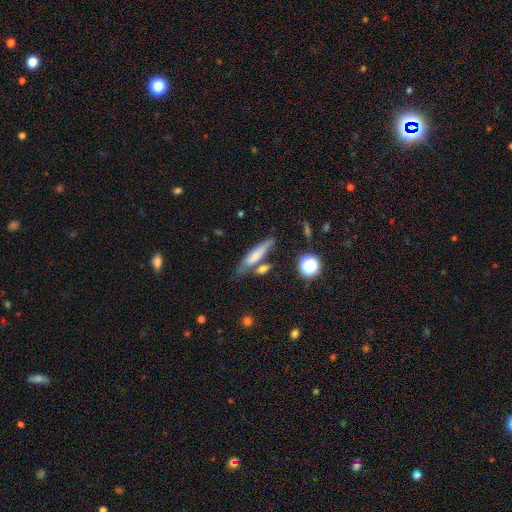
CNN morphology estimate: smooth 67%, featured or disk 24%, star or artifact 9%. Down the decision tree: how rounded — cigar-shaped (75%); merging — none (57%).